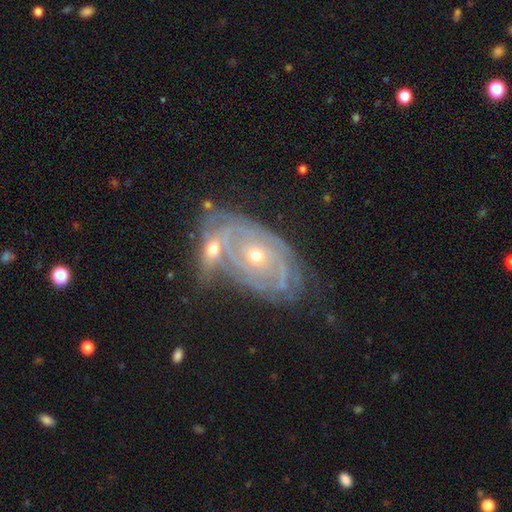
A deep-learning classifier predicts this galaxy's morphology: The model was most divided on "merging" (2-way tie): none: 39%, merger: 39%, minor disturbance: 15%, major disturbance: 7%. More confident: edge-on disk — no (94%); spiral arms — yes (85%); smooth or featured — featured or disk (80%); bar — no (80%); spiral winding — tight (80%); spiral arm count — can't tell (53%); bulge size — small (50%).